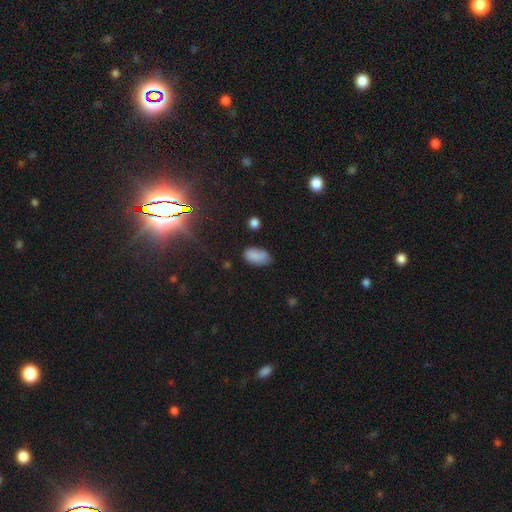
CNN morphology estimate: smooth_or_featured: smooth (p=0.83) [alt: star or artifact p=0.10]
how_rounded: in between (p=0.93) [alt: round p=0.05]
merging: none (p=0.66) [alt: minor disturbance p=0.24]